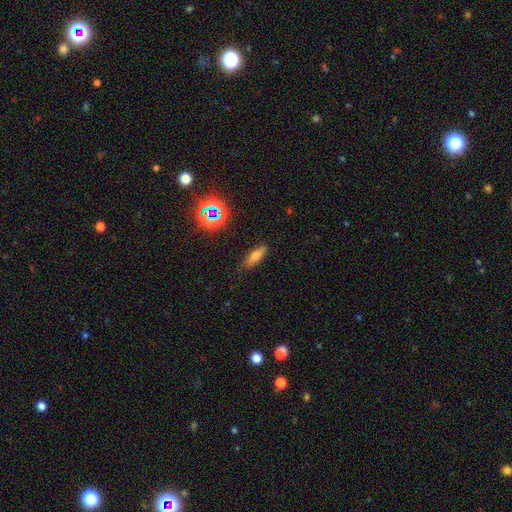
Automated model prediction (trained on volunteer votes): Morphology: type=smooth (68%); roundness=in between (52%); merging=none (81%).